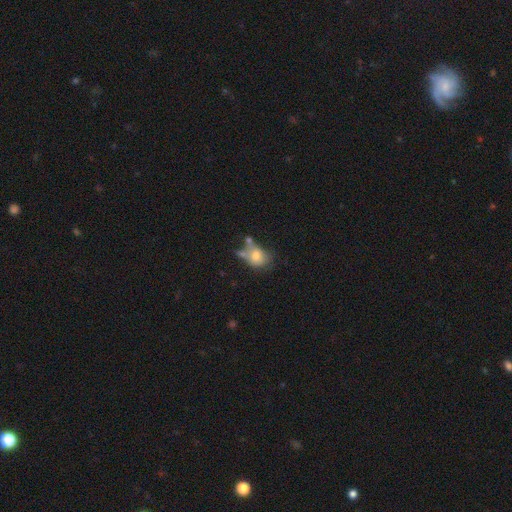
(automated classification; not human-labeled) smooth 67%, featured or disk 23%, star or artifact 10%. Down the decision tree: how rounded — in between (59%); merging — none (31%).